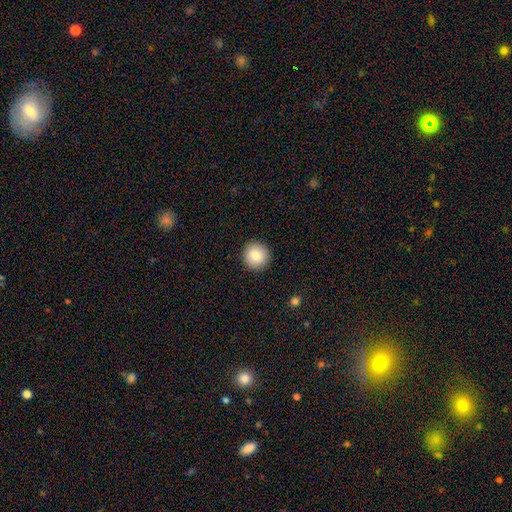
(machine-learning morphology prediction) The model was most divided on "smooth or featured": smooth: 84%, star or artifact: 8%, featured or disk: 8%. More confident: how rounded — round (95%); merging — none (92%).